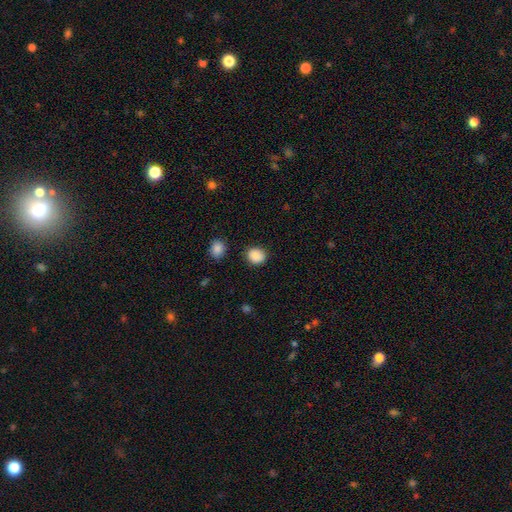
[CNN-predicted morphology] A smooth galaxy with no disk features (89%) that is round (69%). Merging: none (86%).